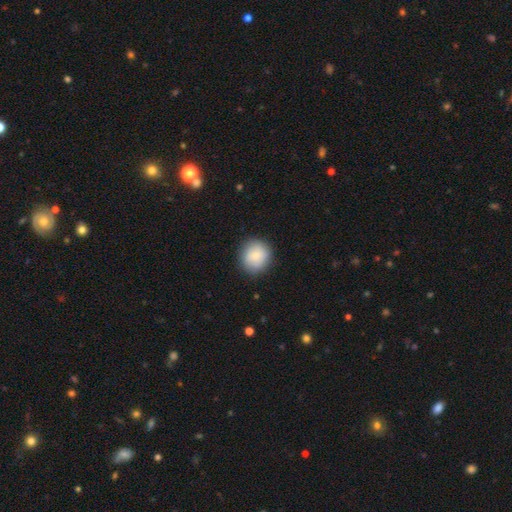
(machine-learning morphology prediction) Smooth or featured?
  - smooth: 84% *
  - featured or disk: 9%
  - star or artifact: 7%
How rounded?
  - round: 89% *
  - in between: 10%
  - cigar-shaped: 1%
Merging?
  - none: 87% *
  - minor disturbance: 9%
  - major disturbance: 2%
  - merger: 1%